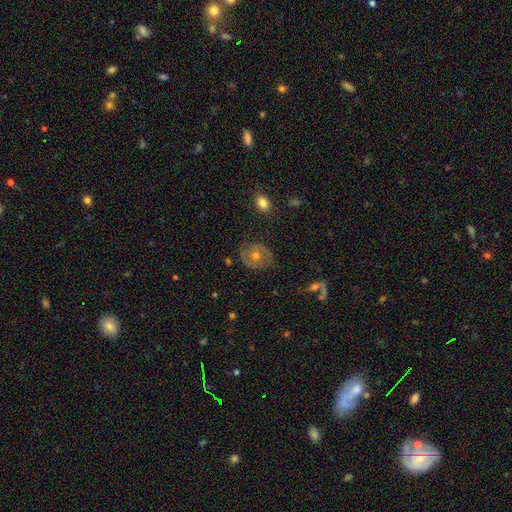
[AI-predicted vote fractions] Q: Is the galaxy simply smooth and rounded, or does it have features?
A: featured or disk — 62%.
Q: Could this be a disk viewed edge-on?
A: no — 96%.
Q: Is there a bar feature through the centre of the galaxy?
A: no — 80%.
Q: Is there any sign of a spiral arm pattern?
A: yes — 66%.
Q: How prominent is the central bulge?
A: moderate — 67%.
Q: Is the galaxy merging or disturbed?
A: none — 76%.